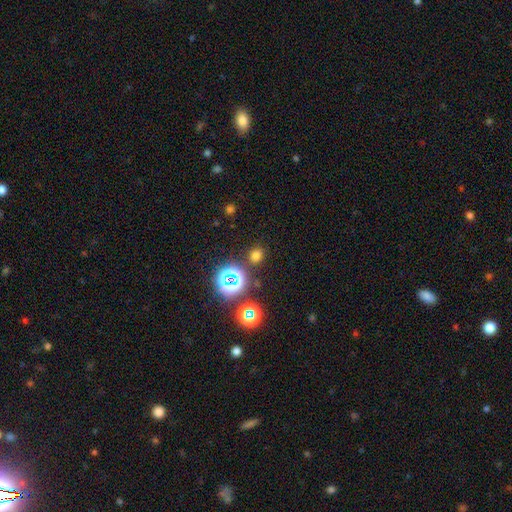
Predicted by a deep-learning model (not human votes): Smooth or featured?
  - smooth: 66% *
  - star or artifact: 29%
  - featured or disk: 5%
How rounded?
  - round: 80% *
  - in between: 19%
  - cigar-shaped: 1%
Merging?
  - none: 85% *
  - minor disturbance: 8%
  - merger: 4%
  - major disturbance: 3%